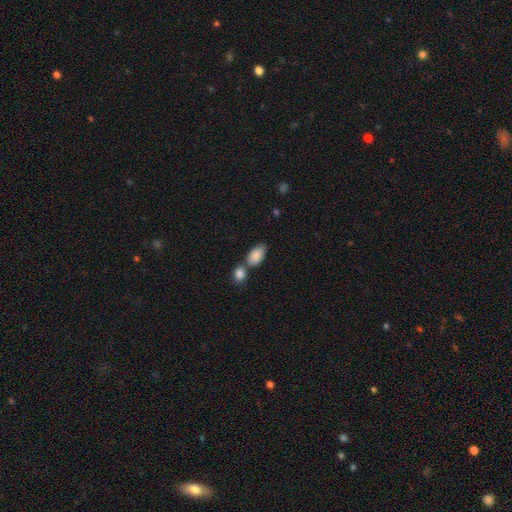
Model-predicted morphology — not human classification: smooth 86%, featured or disk 7%, star or artifact 6%. Down the decision tree: how rounded — in between (92%); merging — none (44%).